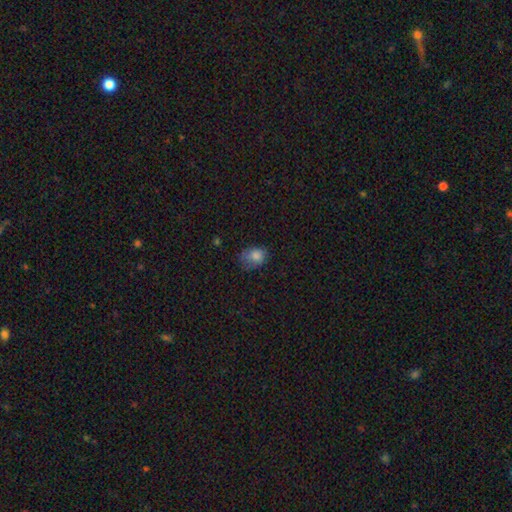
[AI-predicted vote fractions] smooth 81%, star or artifact 11%, featured or disk 8%. Down the decision tree: how rounded — in between (58%); merging — none (51%).